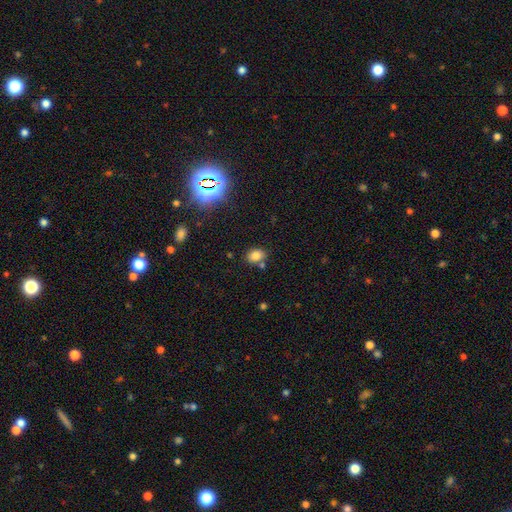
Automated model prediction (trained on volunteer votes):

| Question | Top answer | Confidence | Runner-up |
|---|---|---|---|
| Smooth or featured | smooth | 79% | star or artifact (14%) |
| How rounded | in between | 63% | round (36%) |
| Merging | none | 72% | minor disturbance (12%) |